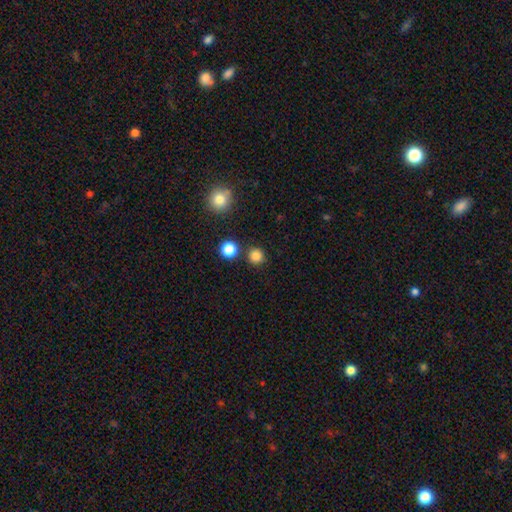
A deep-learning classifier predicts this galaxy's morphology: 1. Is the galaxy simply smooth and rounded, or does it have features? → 82% smooth, 14% star or artifact, 4% featured or disk.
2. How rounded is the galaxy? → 94% round, 5% in between, 1% cigar-shaped.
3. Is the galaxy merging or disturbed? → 86% none, 6% minor disturbance, 6% merger, 2% major disturbance.